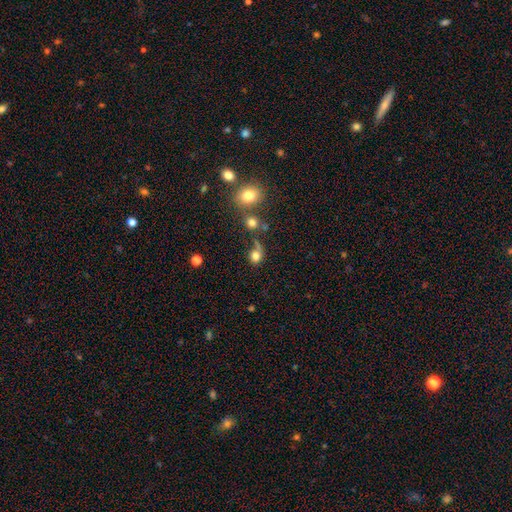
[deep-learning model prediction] This appears to be a smooth galaxy with no disk features (78%) that is round (75%). Merging: none (46%).